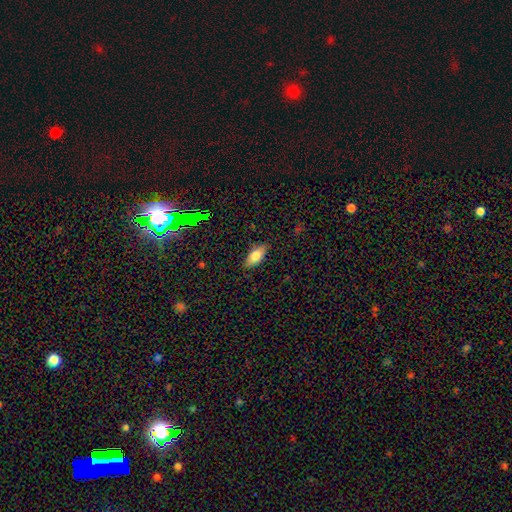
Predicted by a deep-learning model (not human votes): A smooth galaxy with no disk features (75%) that is in between round and cigar-shaped (87%).

Vote fractions:
- Smooth or featured? smooth: 75% / featured or disk: 17% / star or artifact: 8%
- How rounded? in between: 87% / cigar-shaped: 10% / round: 3%
- Merging? none: 85% / minor disturbance: 11% / major disturbance: 2% / merger: 1%